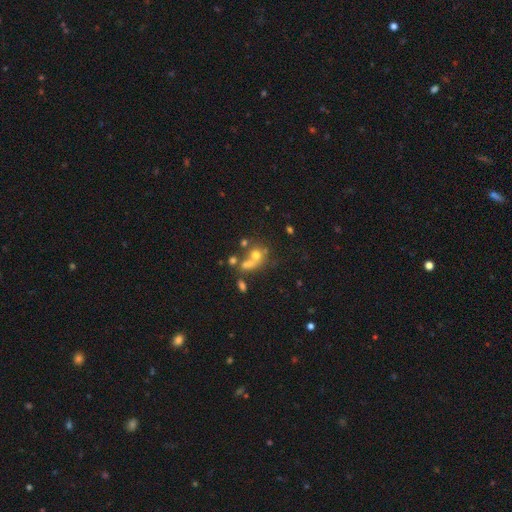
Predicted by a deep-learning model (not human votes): smooth 58%, featured or disk 24%, star or artifact 18%. Down the decision tree: how rounded — round (69%); merging — merger (48%).